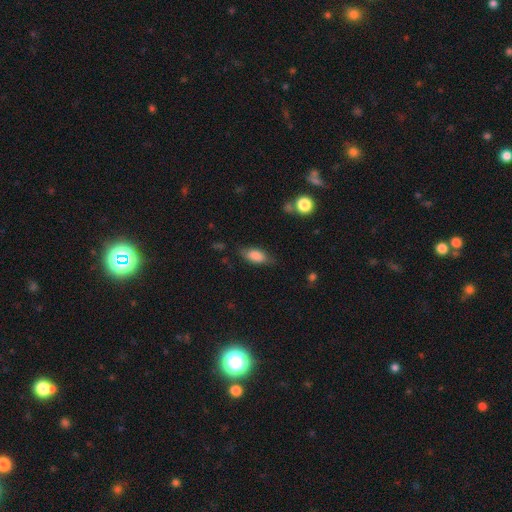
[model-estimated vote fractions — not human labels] This is clearly a smooth galaxy (83%). How rounded: clearly in between (85%). Merging: likely none (74%).